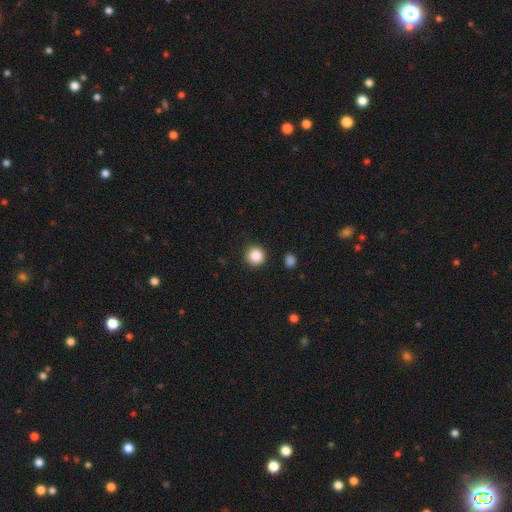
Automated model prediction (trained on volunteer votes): Smooth or featured? smooth (87%)
How rounded? round (94%)
Merging? none (91%)